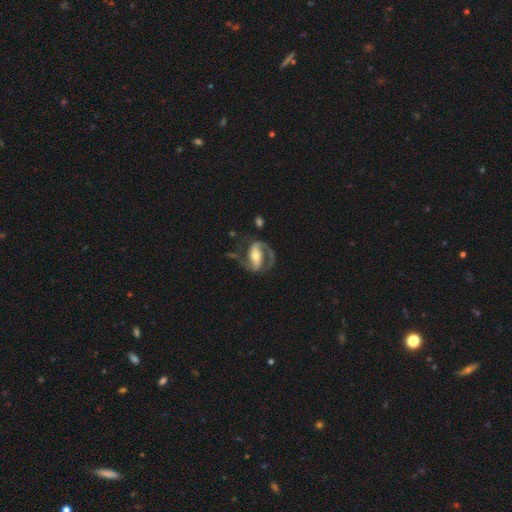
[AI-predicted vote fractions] A featured or disk galaxy (88%) with a strong bar (55%), 2 (86%) medium (56%) spiral arms (96%) and a moderate central bulge (64%). Merging: none (66%).